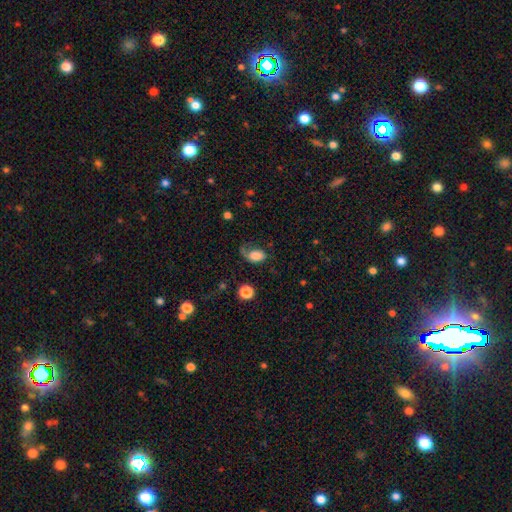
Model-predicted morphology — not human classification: type=smooth (69%); roundness=in between (85%); merging=none (38%).